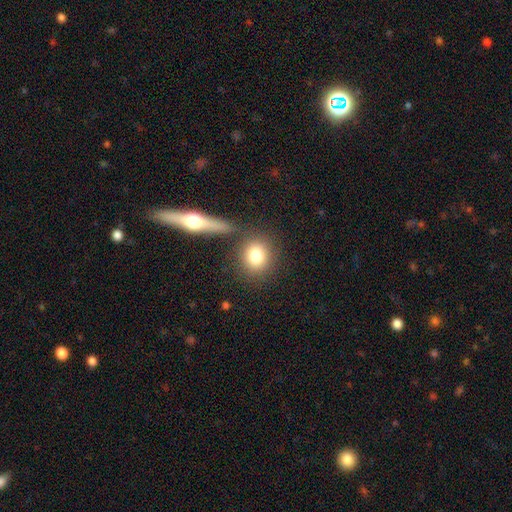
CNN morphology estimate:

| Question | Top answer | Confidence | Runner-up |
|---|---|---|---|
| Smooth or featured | smooth | 80% | featured or disk (10%) |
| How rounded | round | 78% | in between (20%) |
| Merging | none | 76% | merger (11%) |